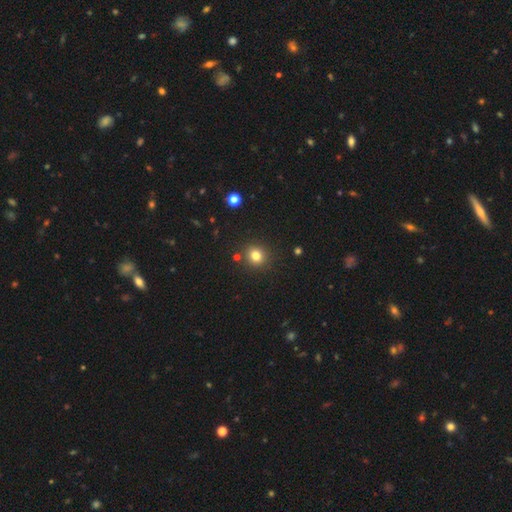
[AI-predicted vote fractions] Smooth or featured? Predicted: smooth (p=0.80). How rounded? Predicted: round (p=0.85). Merging? Predicted: none (p=0.86).